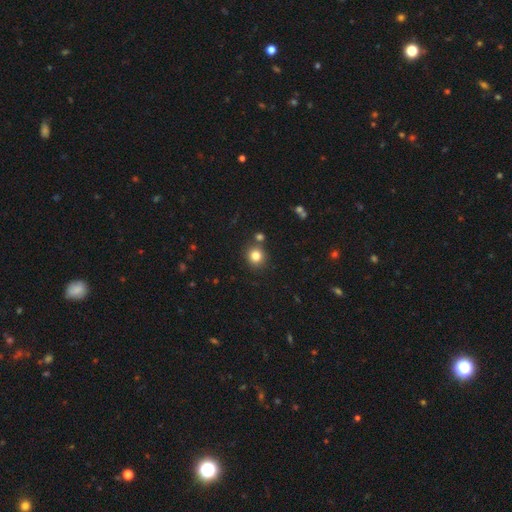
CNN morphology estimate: smooth_or_featured: smooth (p=0.81) [alt: star or artifact p=0.12]
how_rounded: round (p=0.88) [alt: in between p=0.11]
merging: none (p=0.80) [alt: merger p=0.09]